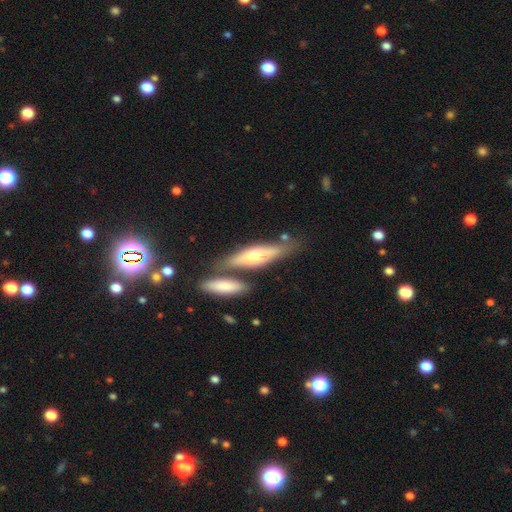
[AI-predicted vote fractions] Smooth or featured? Predicted: featured or disk (p=0.46). Merging? Predicted: none (p=0.61).